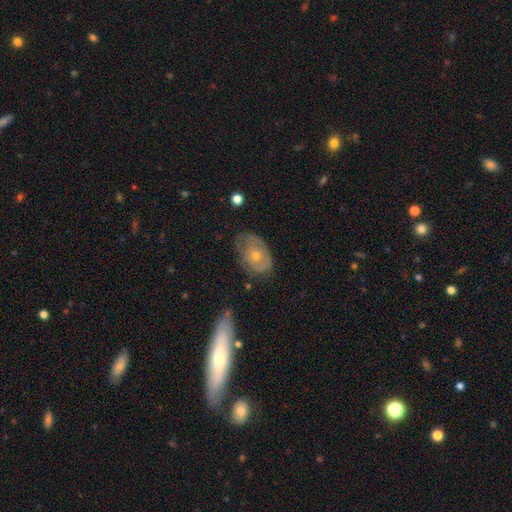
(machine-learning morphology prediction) A featured or disk galaxy (57%) with no bar (86%), spiral arms (52%) and a small central bulge (50%).

Vote fractions:
- Smooth or featured? featured or disk: 57% / smooth: 35% / star or artifact: 8%
- Edge-on disk? no: 91% / yes: 9%
- Bar? no: 86% / weak: 12% / strong: 2%
- Spiral arms? yes: 52% / no: 48%
- Bulge size? small: 50% / moderate: 46% / large: 2% / none: 1% / dominant: 1%
- Merging? none: 57% / minor disturbance: 28% / major disturbance: 13% / merger: 3%